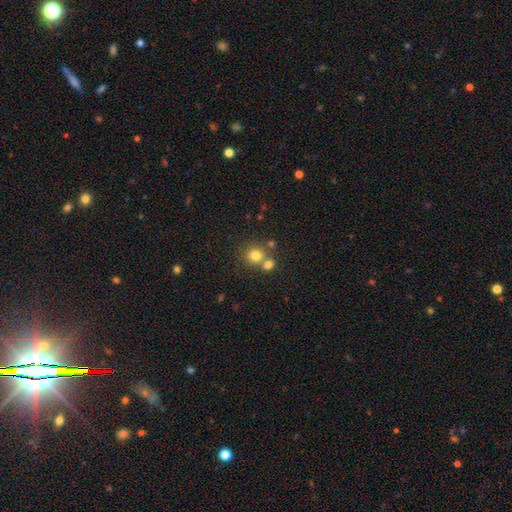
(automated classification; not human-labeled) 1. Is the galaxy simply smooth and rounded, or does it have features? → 78% smooth, 13% star or artifact, 9% featured or disk.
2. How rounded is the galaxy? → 86% round, 13% in between, 1% cigar-shaped.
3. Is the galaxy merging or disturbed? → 56% none, 34% merger, 7% minor disturbance, 3% major disturbance.